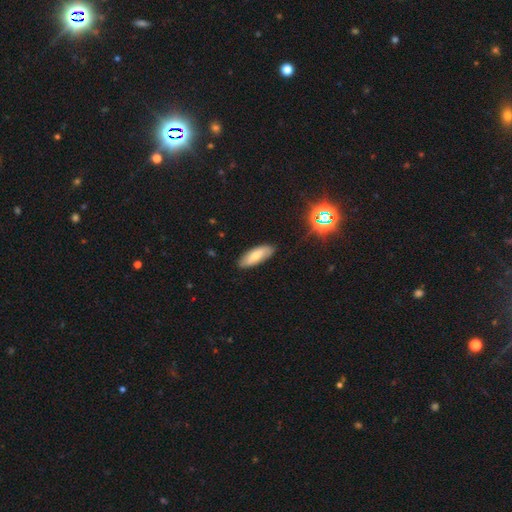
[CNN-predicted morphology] Q: Smooth or featured?
A: smooth (67%); runner-up: featured or disk (25%)
Q: How rounded?
A: in between (71%); runner-up: cigar-shaped (27%)
Q: Merging?
A: none (84%); runner-up: minor disturbance (12%)